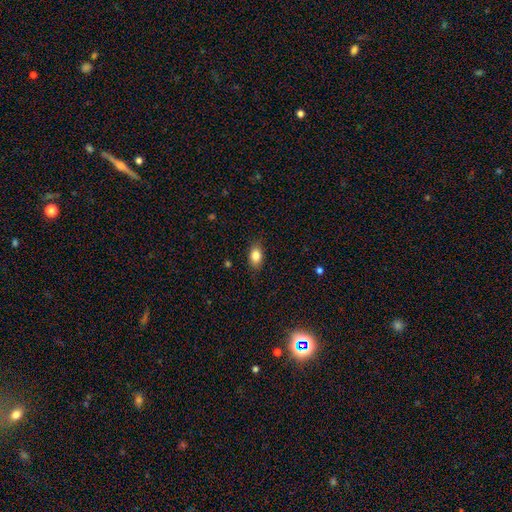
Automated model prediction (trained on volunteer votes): Morphology: type=smooth (83%); roundness=in between (85%); merging=none (85%).